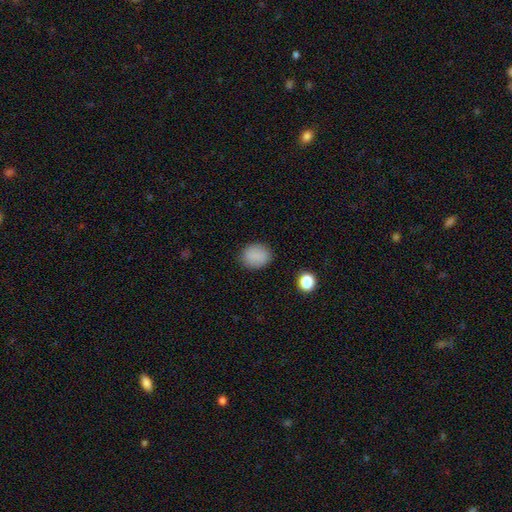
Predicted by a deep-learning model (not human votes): smooth-or-featured: smooth: 86% | star or artifact: 9% | featured or disk: 5%
  how-rounded: round: 64% | in between: 35% | cigar-shaped: 1%
  merging: none: 87% | minor disturbance: 9% | major disturbance: 3% | merger: 1%